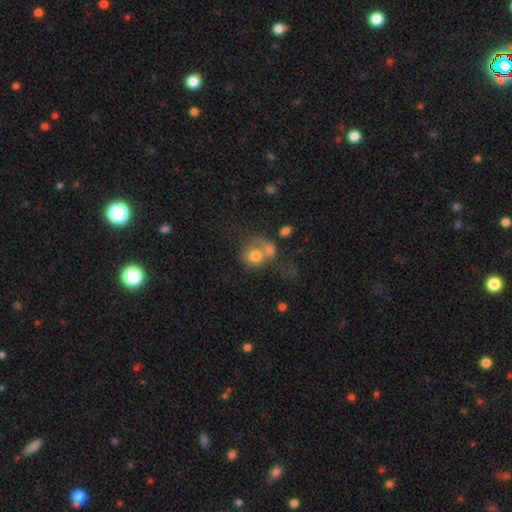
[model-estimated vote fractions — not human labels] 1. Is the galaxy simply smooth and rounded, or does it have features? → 68% smooth, 23% featured or disk, 10% star or artifact.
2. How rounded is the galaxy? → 70% round, 29% in between, 1% cigar-shaped.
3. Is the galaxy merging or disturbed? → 59% merger, 20% none, 12% major disturbance, 9% minor disturbance.